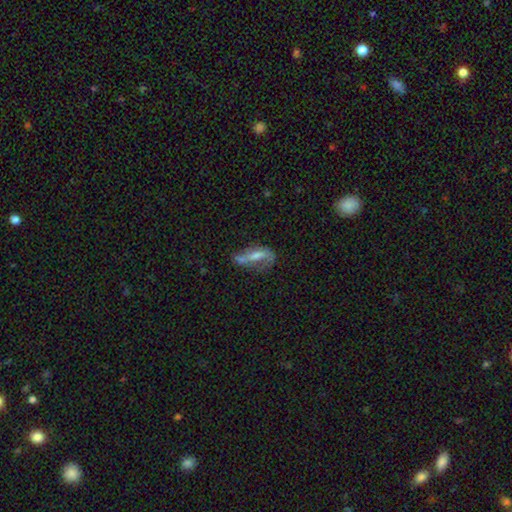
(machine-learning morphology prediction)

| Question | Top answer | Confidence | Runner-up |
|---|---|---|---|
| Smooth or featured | featured or disk | 58% | smooth (31%) |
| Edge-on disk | no | 81% | yes (19%) |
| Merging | none | 37% | major disturbance (25%) |